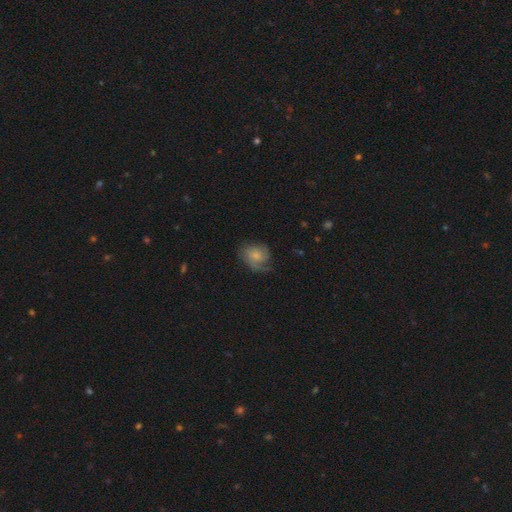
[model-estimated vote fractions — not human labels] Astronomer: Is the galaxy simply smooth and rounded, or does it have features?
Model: featured or disk — 52% (runner-up: smooth, 41%).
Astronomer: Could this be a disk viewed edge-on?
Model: no — 97%.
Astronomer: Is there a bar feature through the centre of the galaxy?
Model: no — 75%.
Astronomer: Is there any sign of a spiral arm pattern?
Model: yes — 87%.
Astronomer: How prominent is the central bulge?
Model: small — 54% (runner-up: moderate, 29%).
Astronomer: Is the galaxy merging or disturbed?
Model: none — 55%.